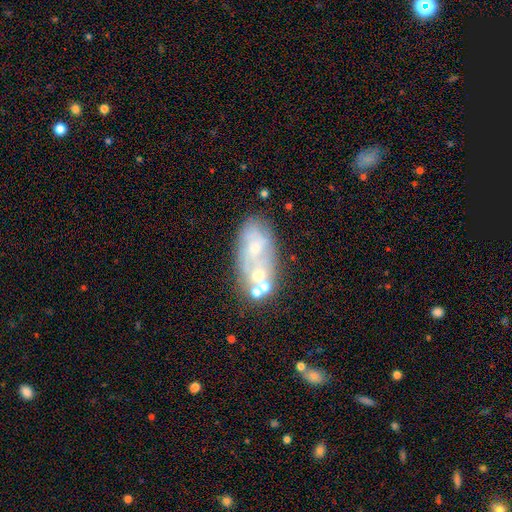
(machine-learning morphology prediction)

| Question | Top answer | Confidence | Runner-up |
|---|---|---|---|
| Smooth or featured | featured or disk | 54% | smooth (31%) |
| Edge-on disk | no | 92% | yes (8%) |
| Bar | no | 83% | weak (13%) |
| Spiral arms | no | 69% | yes (31%) |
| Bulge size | small | 58% | moderate (25%) |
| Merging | none | 54% | minor disturbance (18%) |